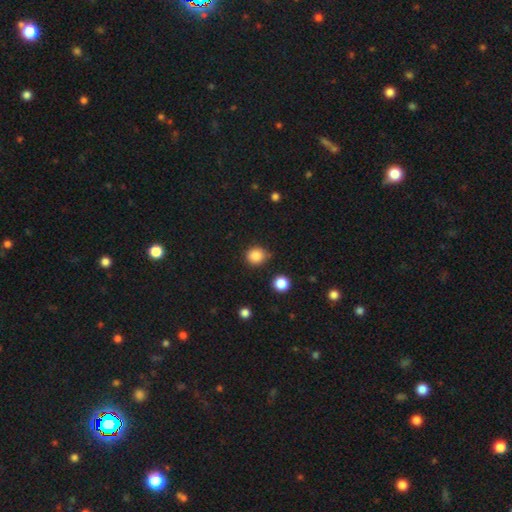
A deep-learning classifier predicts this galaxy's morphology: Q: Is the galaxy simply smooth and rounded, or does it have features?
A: smooth — 86%.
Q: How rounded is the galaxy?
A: round — 88%.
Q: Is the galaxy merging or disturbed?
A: none — 81%.